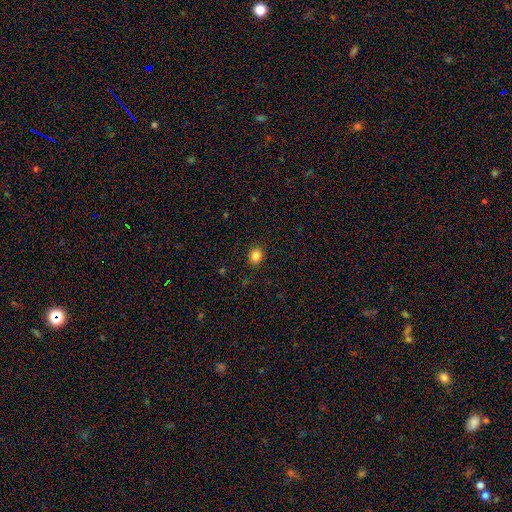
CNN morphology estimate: Q: Smooth or featured?
A: smooth (84%); runner-up: star or artifact (11%)
Q: How rounded?
A: round (69%); runner-up: in between (30%)
Q: Merging?
A: none (90%); runner-up: minor disturbance (7%)